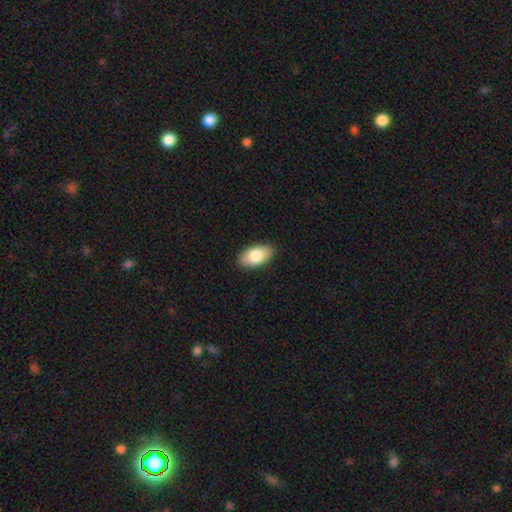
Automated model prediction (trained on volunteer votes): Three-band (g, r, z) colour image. It shows a smooth galaxy with no disk features (82%) that is in between round and cigar-shaped (95%). Merging: none (88%).